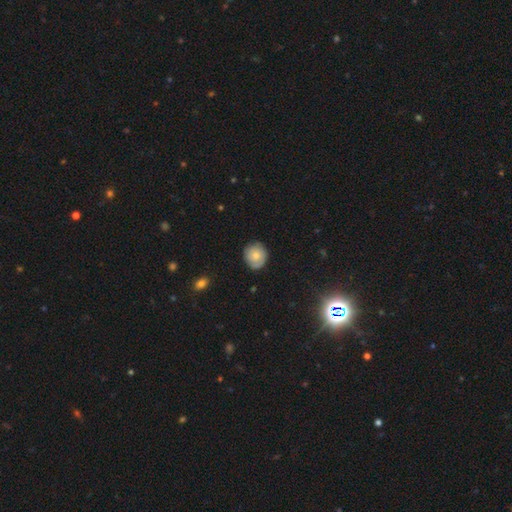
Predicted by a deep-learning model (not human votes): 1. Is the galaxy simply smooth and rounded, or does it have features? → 69% smooth, 23% featured or disk, 8% star or artifact.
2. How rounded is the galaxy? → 87% round, 12% in between, 1% cigar-shaped.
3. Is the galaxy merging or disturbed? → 78% none, 17% minor disturbance, 3% major disturbance, 1% merger.